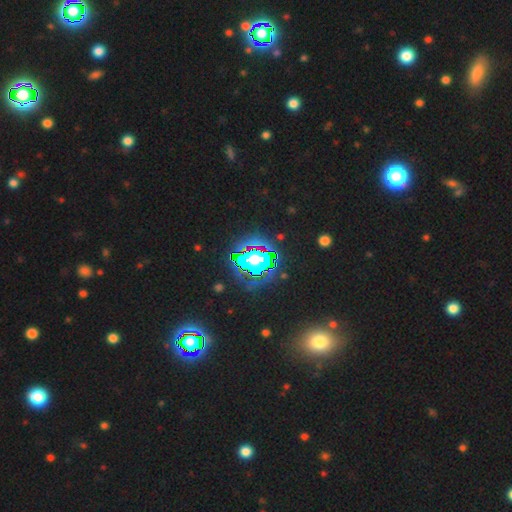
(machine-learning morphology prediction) Q: Smooth or featured?
A: star or artifact (66%); runner-up: smooth (20%)